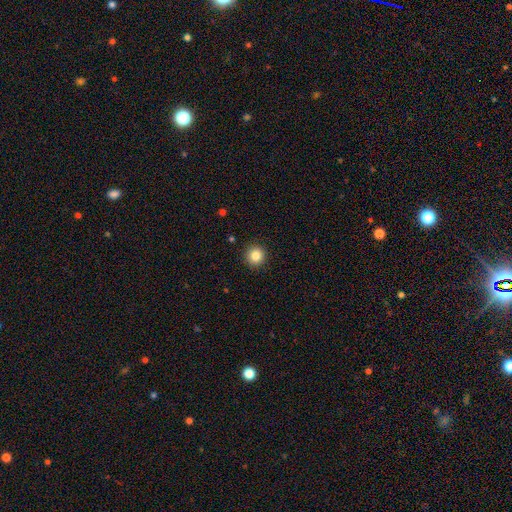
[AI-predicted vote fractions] This is clearly a smooth galaxy (84%). How rounded: clearly round (95%). Merging: clearly none (92%).